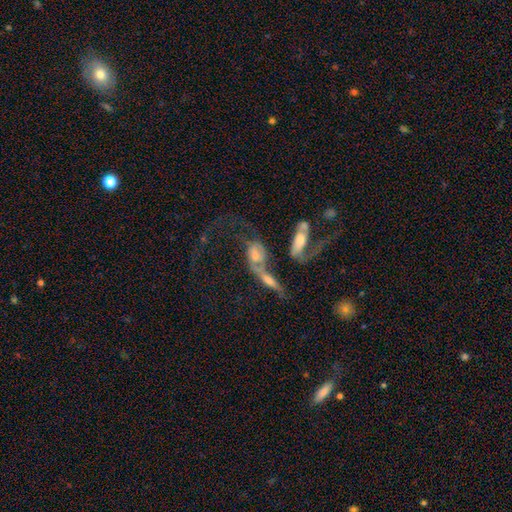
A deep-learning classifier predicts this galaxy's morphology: featured or disk 61%, smooth 26%, star or artifact 13%. Down the decision tree: edge-on disk — no (82%); bar — no (70%); spiral arms — yes (68%); bulge size — moderate (50%); merging — merger (64%).